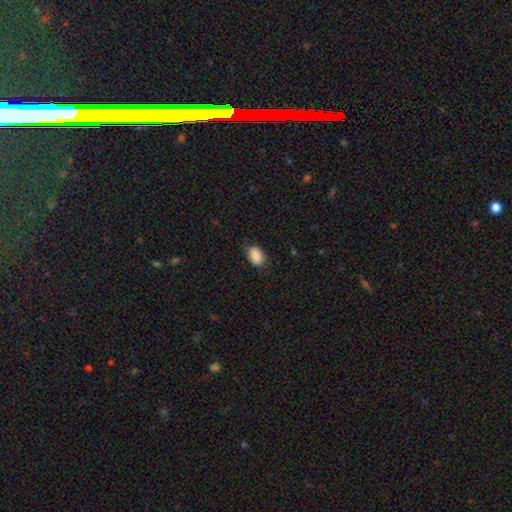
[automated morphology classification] Smooth or featured? Predicted: smooth (p=0.87). How rounded? Predicted: in between (p=0.83). Merging? Predicted: none (p=0.76).